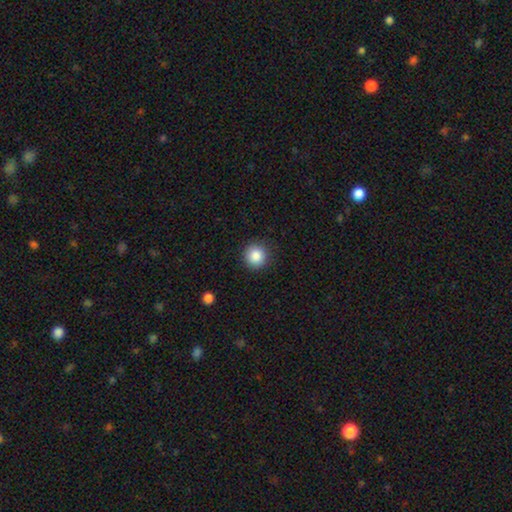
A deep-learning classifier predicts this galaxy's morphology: This is clearly a smooth galaxy (87%). How rounded: clearly round (94%). Merging: clearly none (90%).